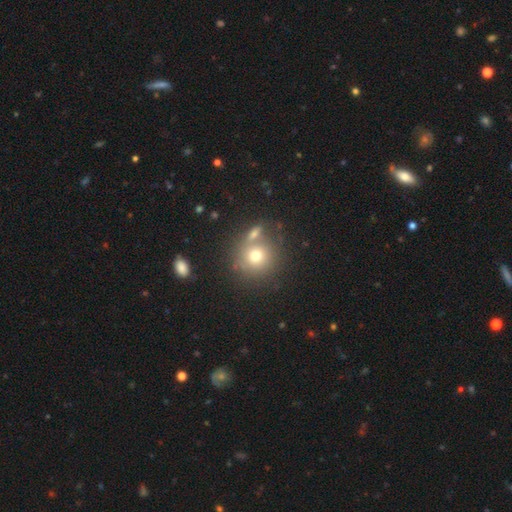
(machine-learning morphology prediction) smooth-or-featured: smooth: 71% | featured or disk: 16% | star or artifact: 13%
  how-rounded: round: 90% | in between: 9% | cigar-shaped: 1%
  merging: none: 61% | merger: 24% | minor disturbance: 11% | major disturbance: 4%